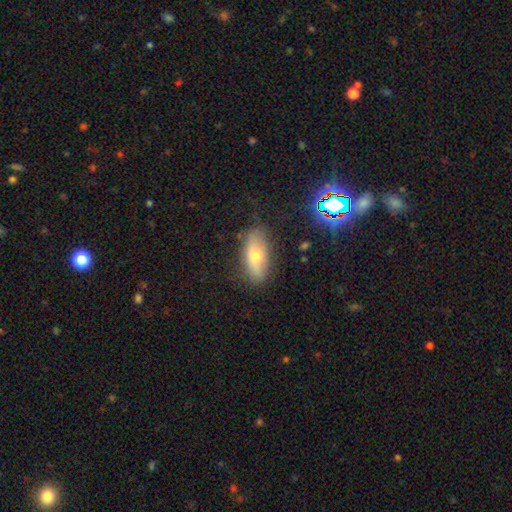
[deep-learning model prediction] Smooth or featured: smooth — 57% (featured or disk — 33%)
How rounded: in between — 76% (cigar-shaped — 20%)
Merging: none — 80% (minor disturbance — 15%)